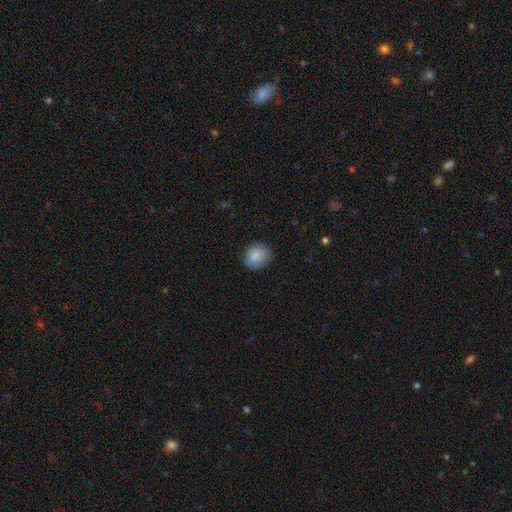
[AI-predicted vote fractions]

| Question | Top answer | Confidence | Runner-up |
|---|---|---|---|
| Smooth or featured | smooth | 85% | star or artifact (8%) |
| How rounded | round | 74% | in between (25%) |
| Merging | none | 78% | minor disturbance (17%) |